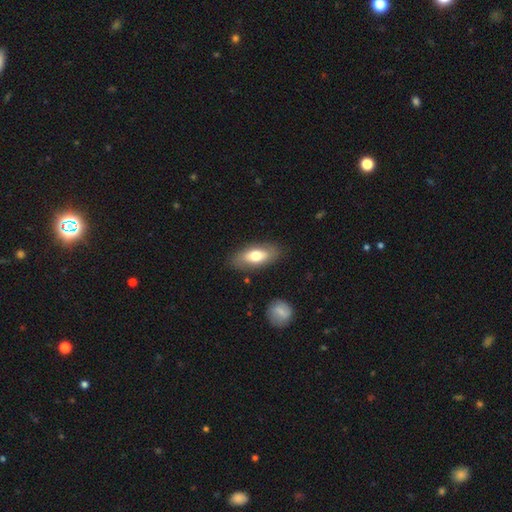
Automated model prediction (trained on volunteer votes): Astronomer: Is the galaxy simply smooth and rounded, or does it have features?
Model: smooth — 67%.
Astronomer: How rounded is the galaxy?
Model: in between — 82%.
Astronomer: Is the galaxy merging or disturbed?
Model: none — 82%.